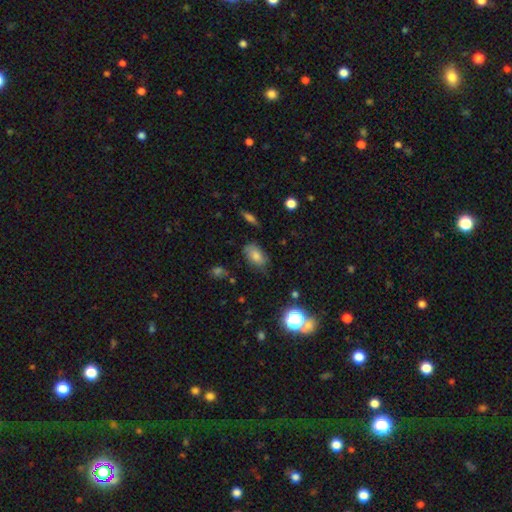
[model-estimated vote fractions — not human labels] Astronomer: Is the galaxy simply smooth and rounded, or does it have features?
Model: smooth — 69%.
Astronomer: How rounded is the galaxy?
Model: in between — 86%.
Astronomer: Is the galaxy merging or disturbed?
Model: none — 68%.